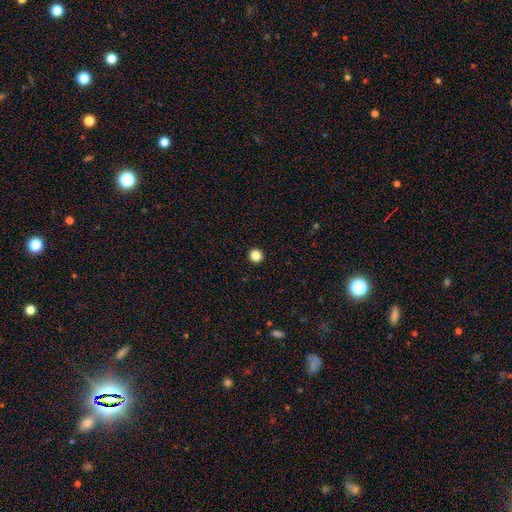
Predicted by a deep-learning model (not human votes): This appears to be a smooth galaxy with no disk features (86%) that is round (95%). Merging: none (94%).